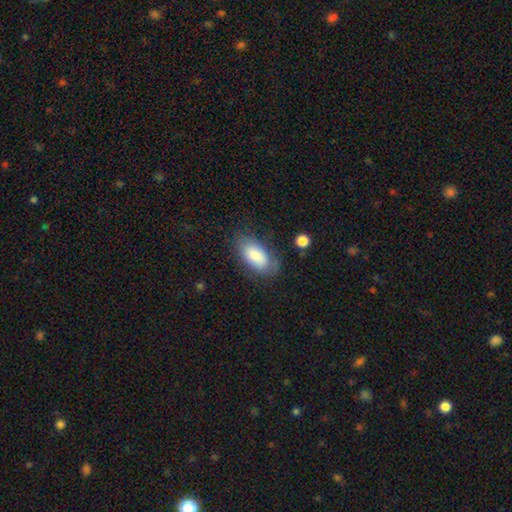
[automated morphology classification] This appears to be a smooth galaxy with no disk features (80%) that is in between round and cigar-shaped (93%). Merging: none (73%).